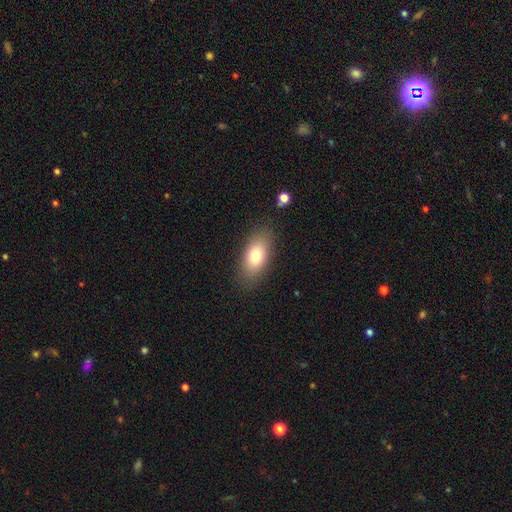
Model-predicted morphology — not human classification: type=smooth (76%); roundness=in between (89%); merging=none (85%).